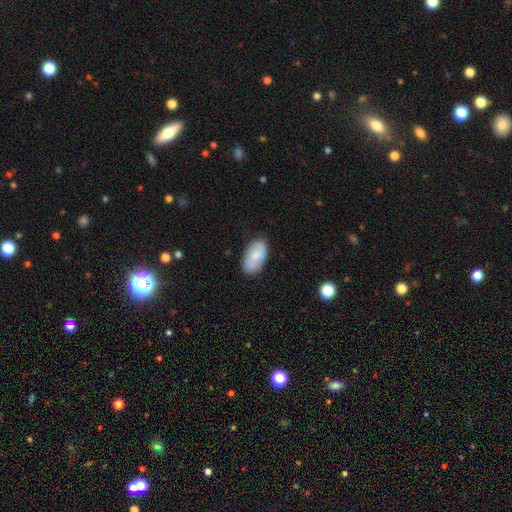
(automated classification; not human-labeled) The model was most divided on "smooth or featured": smooth: 76%, featured or disk: 18%, star or artifact: 6%. More confident: how rounded — in between (95%); merging — none (84%).